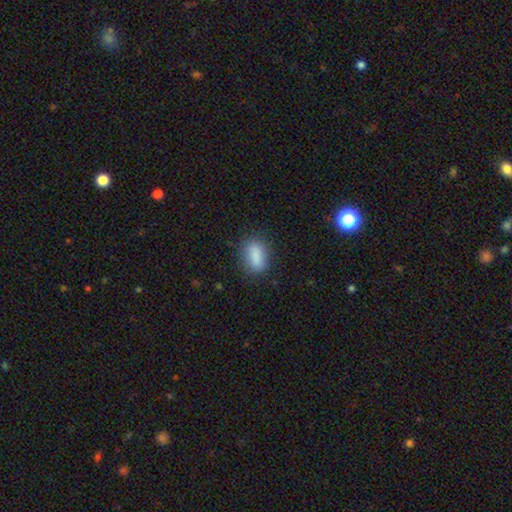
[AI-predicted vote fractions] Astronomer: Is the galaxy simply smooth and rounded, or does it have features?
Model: smooth — 85%.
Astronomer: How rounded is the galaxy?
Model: in between — 83%.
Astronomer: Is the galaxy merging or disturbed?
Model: none — 79%.